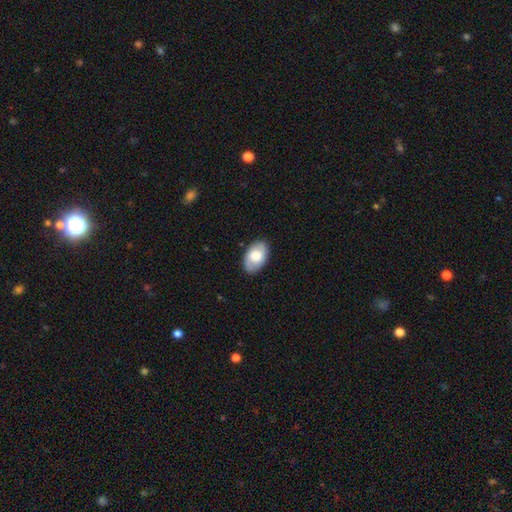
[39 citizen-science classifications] A smooth galaxy with no disk features (69%) that is in between round and cigar-shaped (100%).

Vote fractions:
- Smooth or featured? smooth: 69% / featured or disk: 23% / star or artifact: 8%
- How rounded? in between: 100% / round: 0% / cigar-shaped: 0%
- Merging? none: 86% / minor disturbance: 8% / major disturbance: 6% / merger: 0%